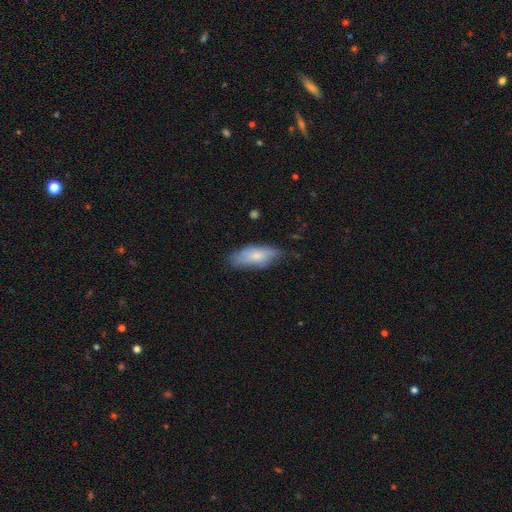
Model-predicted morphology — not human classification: A smooth galaxy with no disk features (66%) that is in between round and cigar-shaped (75%). Merging: none (60%).